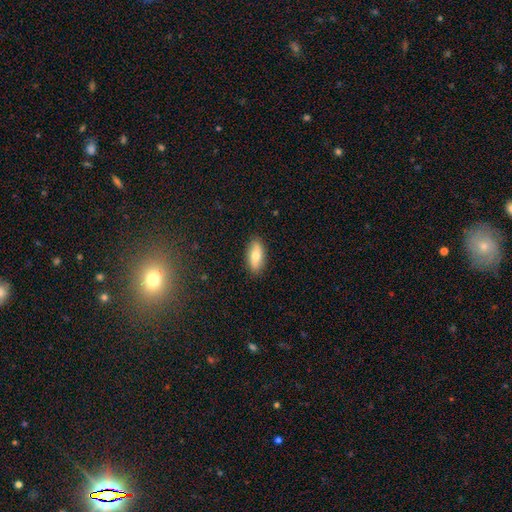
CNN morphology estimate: smooth-or-featured: smooth: 72% | featured or disk: 22% | star or artifact: 6%
  how-rounded: in between: 84% | cigar-shaped: 13% | round: 3%
  merging: none: 88% | minor disturbance: 9% | major disturbance: 2% | merger: 1%